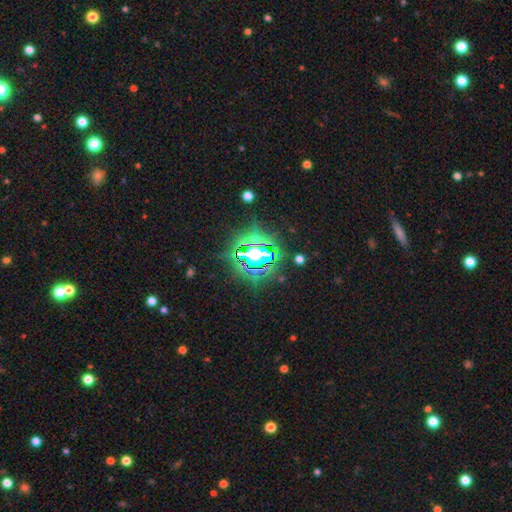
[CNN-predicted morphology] Q: Smooth or featured?
A: star or artifact (81%); runner-up: smooth (10%)